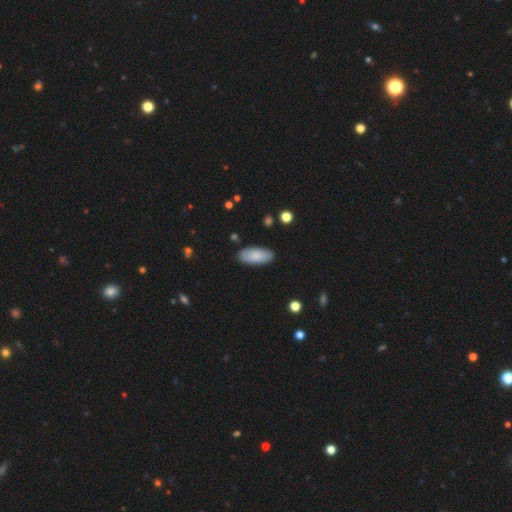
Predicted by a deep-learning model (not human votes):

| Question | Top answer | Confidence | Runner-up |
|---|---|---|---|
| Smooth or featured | smooth | 81% | featured or disk (13%) |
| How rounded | in between | 87% | cigar-shaped (11%) |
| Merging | none | 86% | minor disturbance (10%) |